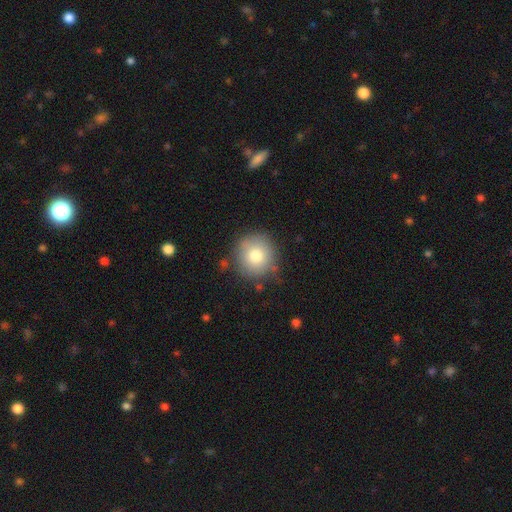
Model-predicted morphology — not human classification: A smooth galaxy with no disk features (78%) that is round (93%).

Vote fractions:
- Smooth or featured? smooth: 78% / featured or disk: 13% / star or artifact: 10%
- How rounded? round: 93% / in between: 6% / cigar-shaped: 1%
- Merging? none: 81% / minor disturbance: 13% / major disturbance: 4% / merger: 3%